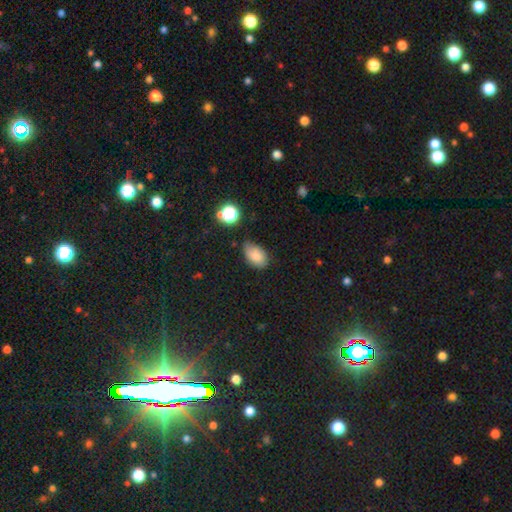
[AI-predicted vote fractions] Smooth or featured: smooth — 77% (star or artifact — 12%)
How rounded: in between — 86% (round — 12%)
Merging: none — 54% (minor disturbance — 35%)